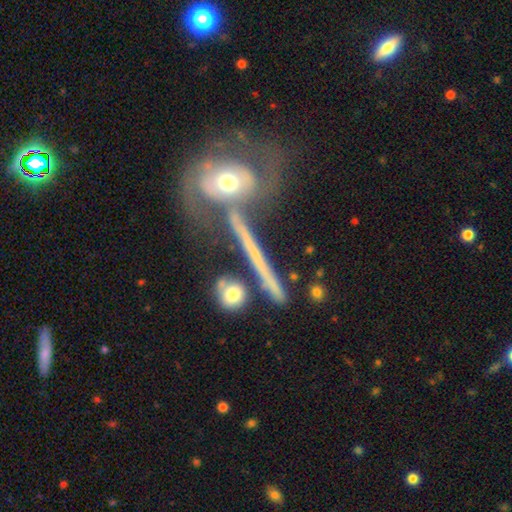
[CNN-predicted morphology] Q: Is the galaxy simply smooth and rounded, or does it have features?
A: featured or disk — 65%.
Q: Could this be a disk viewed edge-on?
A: yes — 71%.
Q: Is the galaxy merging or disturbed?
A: none — 53%.